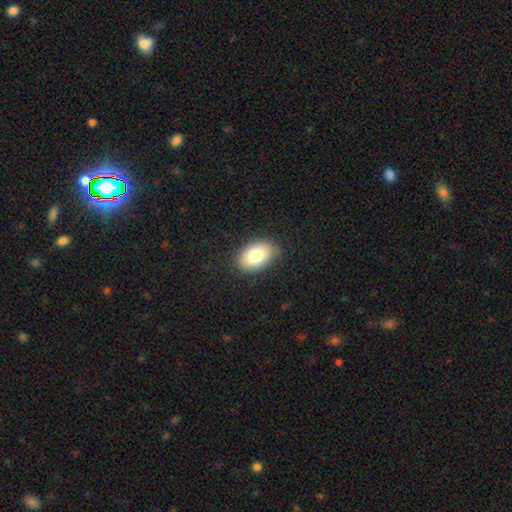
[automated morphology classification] Q: Smooth or featured?
A: smooth (79%); runner-up: featured or disk (13%)
Q: How rounded?
A: in between (89%); runner-up: round (10%)
Q: Merging?
A: none (82%); runner-up: minor disturbance (14%)